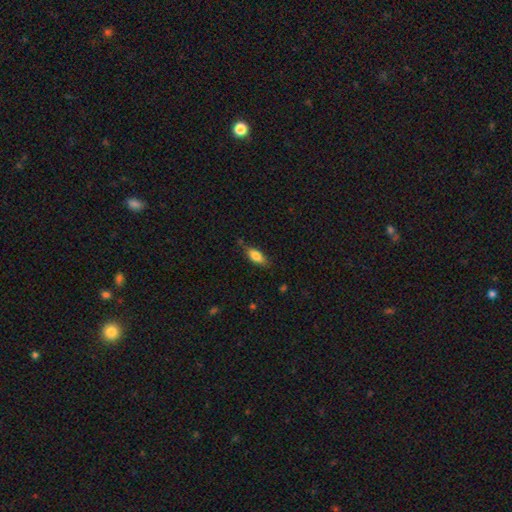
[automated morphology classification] A smooth galaxy with no disk features (77%) that is in between round and cigar-shaped (75%).

Vote fractions:
- Smooth or featured? smooth: 77% / featured or disk: 16% / star or artifact: 7%
- How rounded? in between: 75% / cigar-shaped: 22% / round: 3%
- Merging? none: 73% / minor disturbance: 20% / major disturbance: 4% / merger: 2%